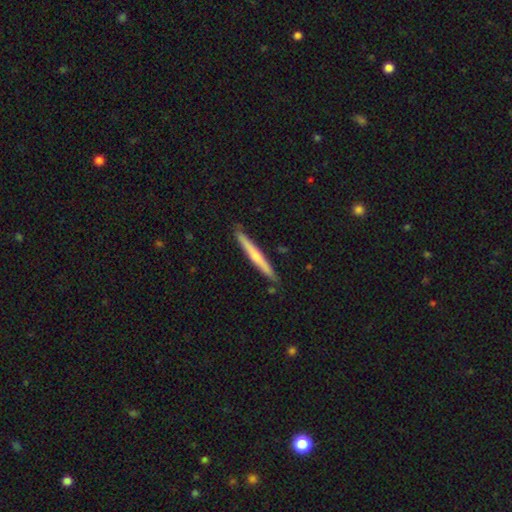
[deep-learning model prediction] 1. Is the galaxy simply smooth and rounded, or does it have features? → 51% smooth, 44% featured or disk, 5% star or artifact.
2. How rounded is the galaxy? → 97% cigar-shaped, 2% in between, 1% round.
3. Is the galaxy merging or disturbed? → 89% none, 8% minor disturbance, 2% merger, 1% major disturbance.